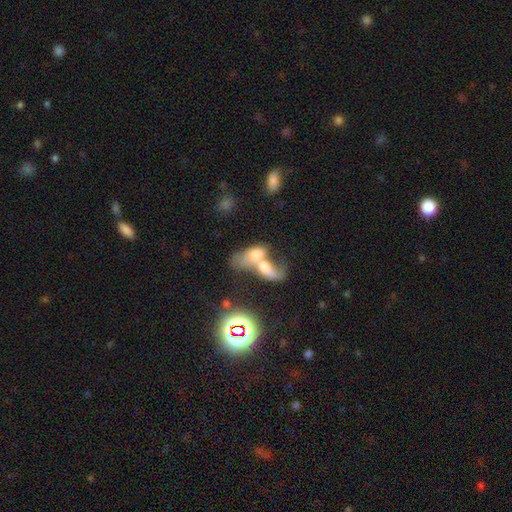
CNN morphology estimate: Overall: smooth (56%; featured or disk 31%). How rounded: in between (82%). Merging: merger (79%).